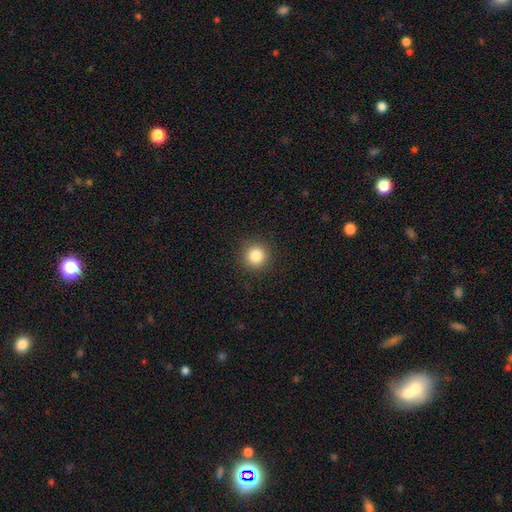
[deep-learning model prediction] smooth-or-featured: smooth: 84% | star or artifact: 11% | featured or disk: 5%
  how-rounded: round: 94% | in between: 5% | cigar-shaped: 1%
  merging: none: 91% | minor disturbance: 6% | major disturbance: 2% | merger: 1%